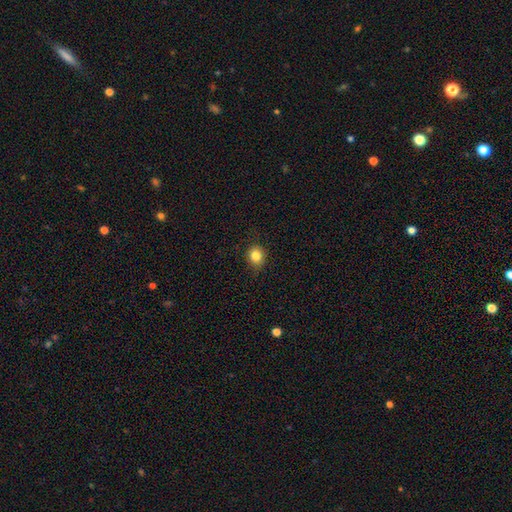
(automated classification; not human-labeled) smooth_or_featured: smooth (p=0.83) [alt: star or artifact p=0.11]
how_rounded: round (p=0.76) [alt: in between p=0.23]
merging: none (p=0.85) [alt: minor disturbance p=0.11]